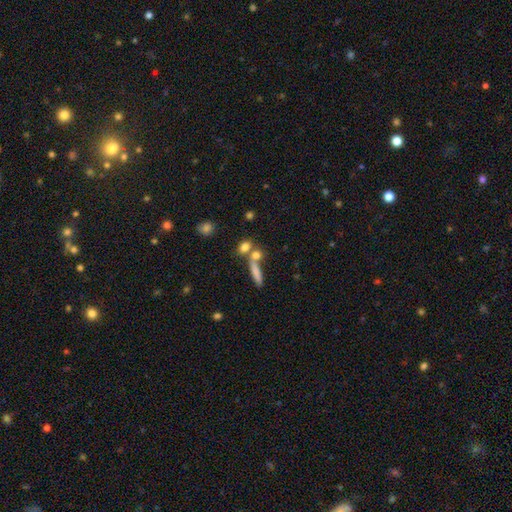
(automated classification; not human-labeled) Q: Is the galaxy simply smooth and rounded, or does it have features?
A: smooth — 70%.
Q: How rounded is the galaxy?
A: cigar-shaped — 39%.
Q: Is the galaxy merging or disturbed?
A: none — 53%.